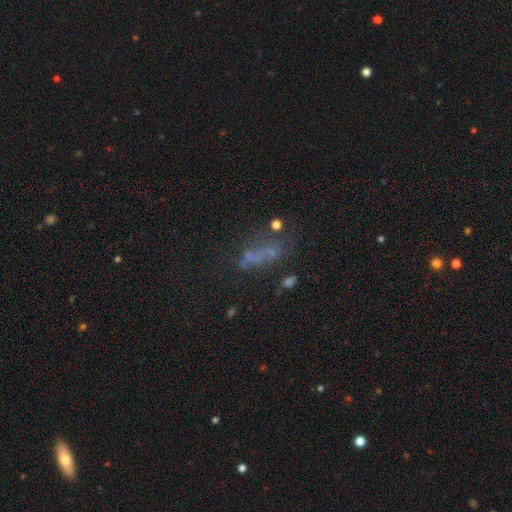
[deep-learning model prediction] smooth 37%, featured or disk 35%, star or artifact 28%. Down the decision tree: merging — none (39%).